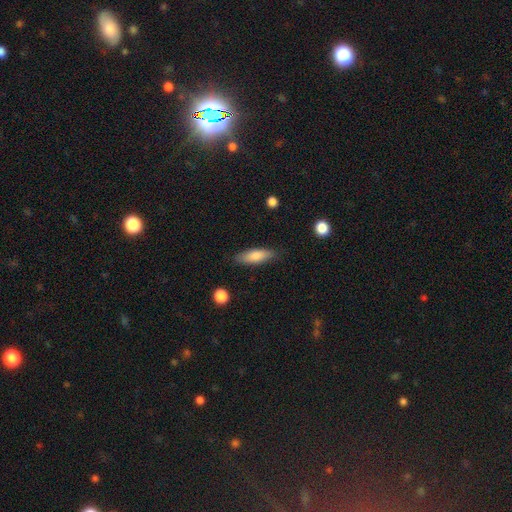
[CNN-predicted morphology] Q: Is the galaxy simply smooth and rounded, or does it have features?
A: smooth — 77%.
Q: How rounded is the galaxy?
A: cigar-shaped — 51%.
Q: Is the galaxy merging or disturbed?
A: none — 86%.